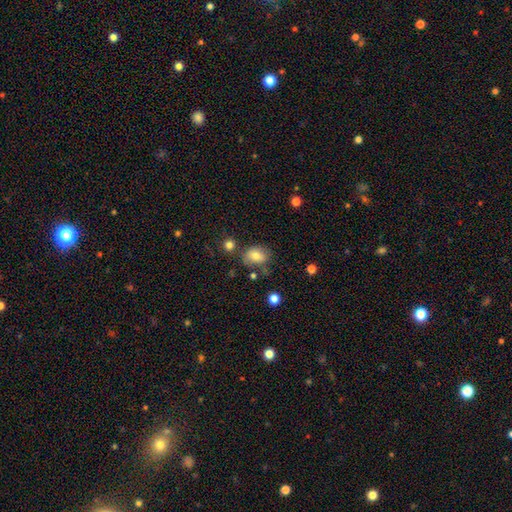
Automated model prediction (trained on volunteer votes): A smooth galaxy with no disk features (76%) that is in between round and cigar-shaped (62%). Merging: none (63%).